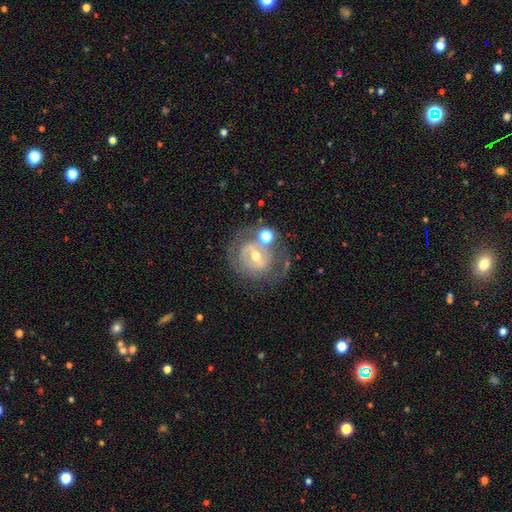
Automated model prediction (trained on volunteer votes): A featured or disk galaxy (74%) with a weak bar (41%), spiral arms (65%) and a moderate central bulge (61%). Merging: none (56%).